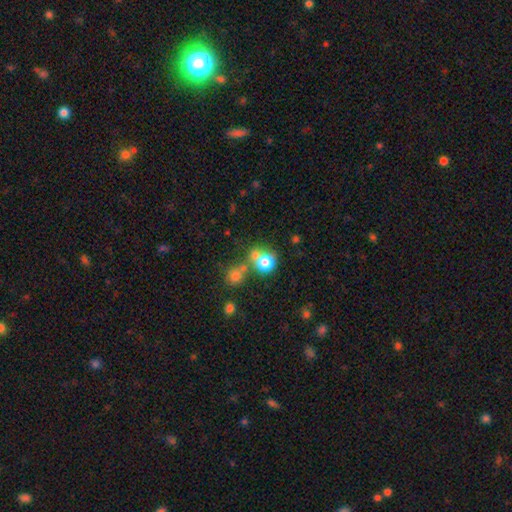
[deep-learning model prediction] This appears to be a smooth galaxy with no disk features (72%) that is round (78%). Merging: none (45%).